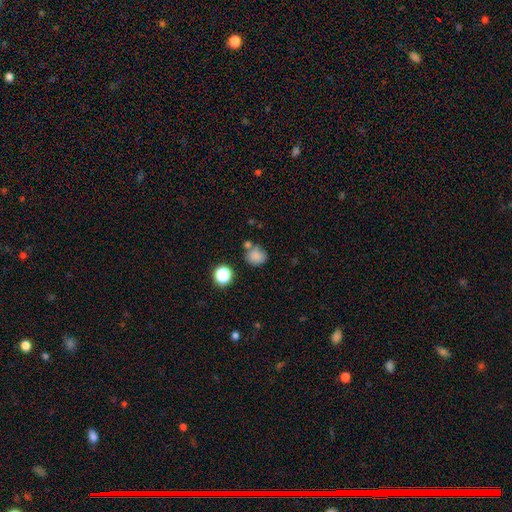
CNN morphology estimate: Smooth or featured? Predicted: smooth (p=0.81). How rounded? Predicted: round (p=0.75). Merging? Predicted: none (p=0.61).